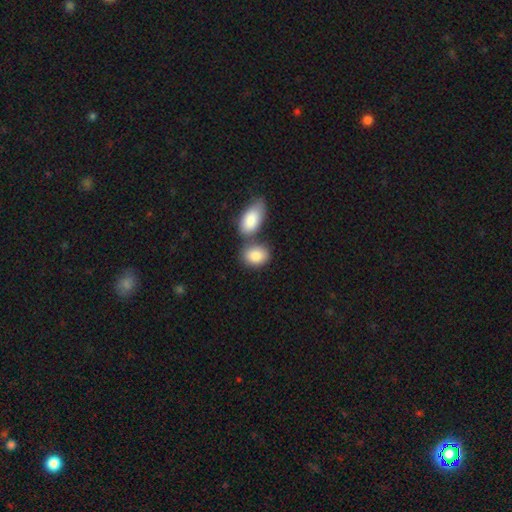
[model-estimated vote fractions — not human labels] The model was most divided on "merging": none: 47%, merger: 36%, minor disturbance: 13%, major disturbance: 4%. More confident: smooth or featured — smooth (86%); how rounded — in between (76%).